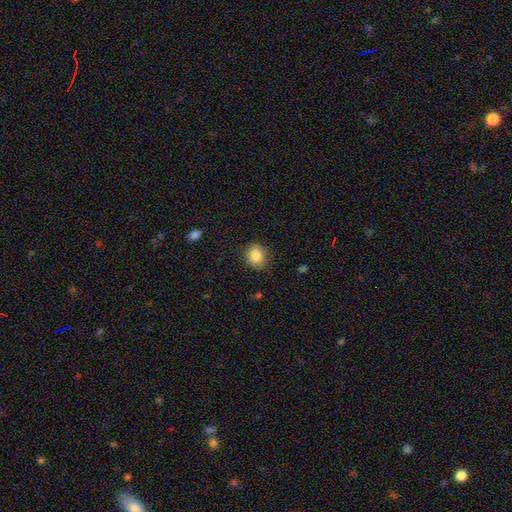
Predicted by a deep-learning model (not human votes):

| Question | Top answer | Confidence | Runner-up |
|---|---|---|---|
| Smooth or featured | smooth | 85% | star or artifact (9%) |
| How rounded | round | 67% | in between (32%) |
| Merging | none | 82% | minor disturbance (14%) |